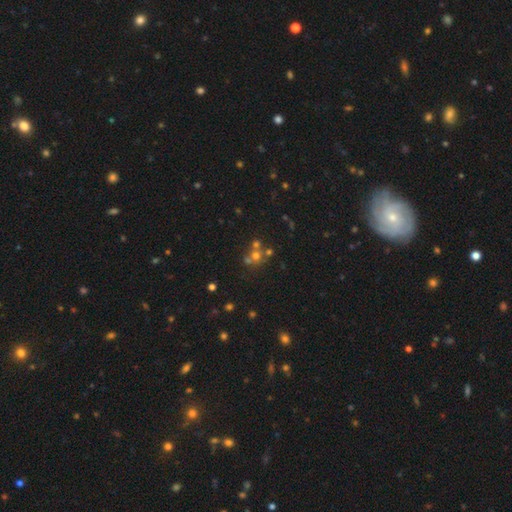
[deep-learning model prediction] smooth-or-featured: smooth: 51% | star or artifact: 27% | featured or disk: 22%
  how-rounded: round: 84% | in between: 15% | cigar-shaped: 1%
  merging: none: 49% | merger: 39% | minor disturbance: 8% | major disturbance: 5%